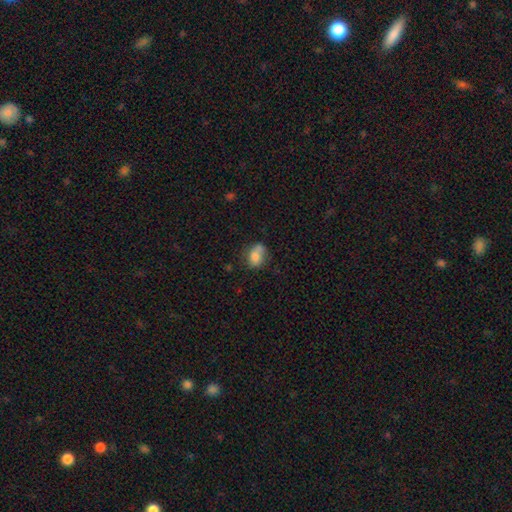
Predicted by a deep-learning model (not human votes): Smooth or featured? Predicted: smooth (p=0.75). How rounded? Predicted: in between (p=0.68). Merging? Predicted: none (p=0.44).